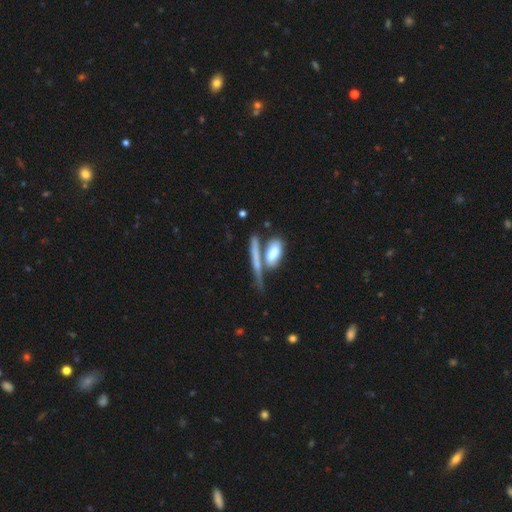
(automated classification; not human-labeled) Smooth or featured? Predicted: smooth (p=0.60). How rounded? Predicted: cigar-shaped (p=0.54). Merging? Predicted: none (p=0.46).